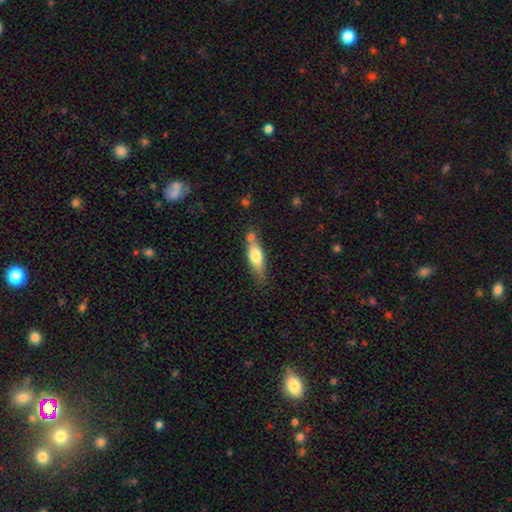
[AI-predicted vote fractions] smooth_or_featured: smooth (p=0.68) [alt: featured or disk p=0.25]
how_rounded: in between (p=0.53) [alt: cigar-shaped p=0.44]
merging: none (p=0.58) [alt: minor disturbance p=0.20]